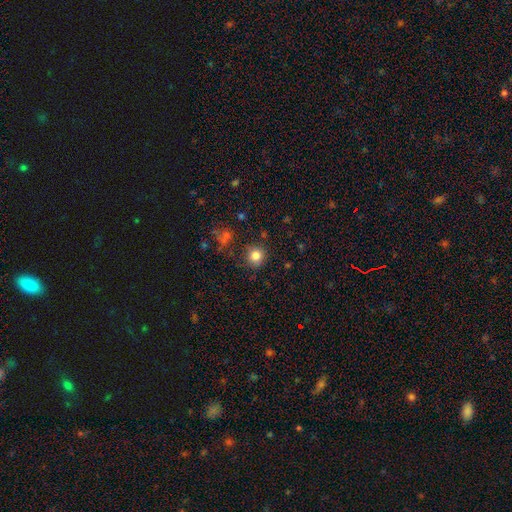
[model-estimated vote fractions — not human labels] Smooth or featured? Predicted: smooth (p=0.82). How rounded? Predicted: round (p=0.88). Merging? Predicted: none (p=0.82).